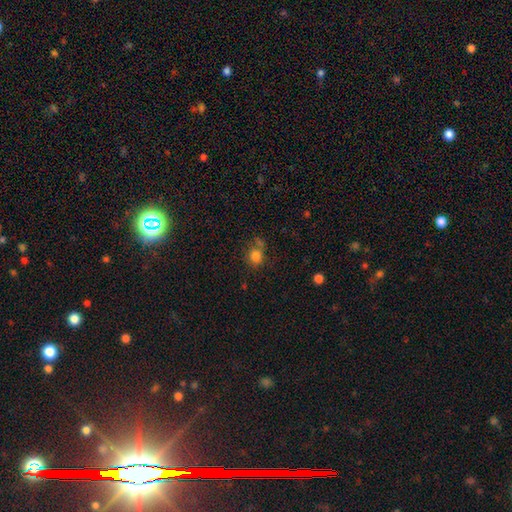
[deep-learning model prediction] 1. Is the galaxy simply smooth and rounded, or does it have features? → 81% smooth, 12% star or artifact, 7% featured or disk.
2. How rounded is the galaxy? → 79% round, 20% in between, 1% cigar-shaped.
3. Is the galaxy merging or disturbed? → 59% none, 19% merger, 15% minor disturbance, 7% major disturbance.